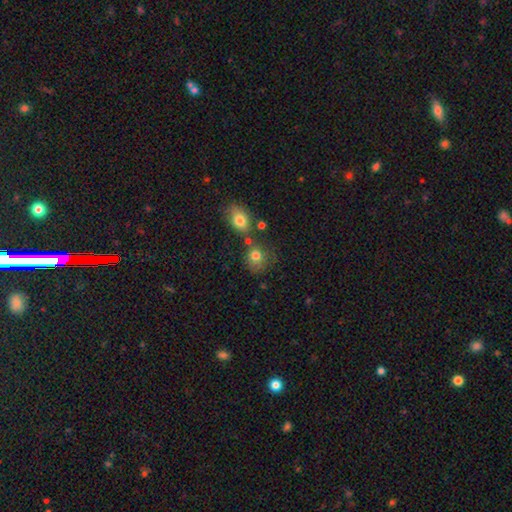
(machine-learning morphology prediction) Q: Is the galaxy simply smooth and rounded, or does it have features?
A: smooth — 78%.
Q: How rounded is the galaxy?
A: round — 69%.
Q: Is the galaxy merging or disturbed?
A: none — 53%.